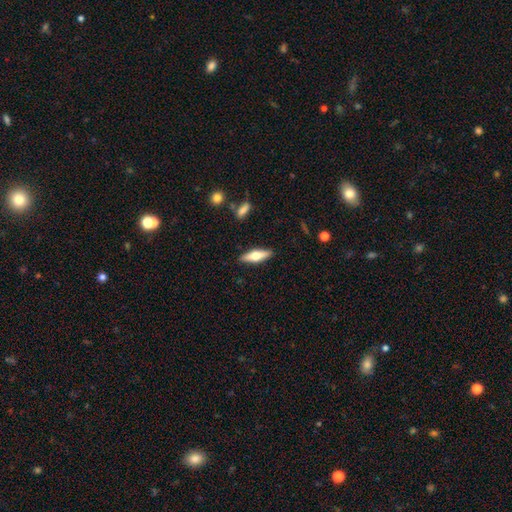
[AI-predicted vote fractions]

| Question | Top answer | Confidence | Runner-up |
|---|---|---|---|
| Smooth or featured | smooth | 49% | featured or disk (45%) |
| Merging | none | 89% | minor disturbance (8%) |